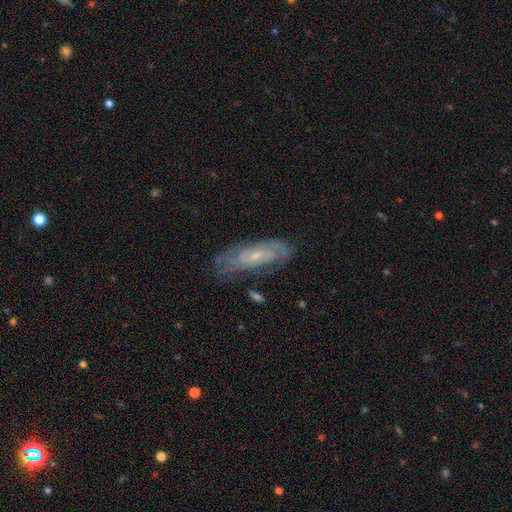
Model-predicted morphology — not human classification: Smooth or featured? Predicted: featured or disk (p=0.73). Edge-on disk? Predicted: no (p=0.85). Bar? Predicted: no (p=0.61). Spiral arms? Predicted: yes (p=0.86). Spiral winding? Predicted: tight (p=0.55). Spiral arm count? Predicted: can't tell (p=0.45). Bulge size? Predicted: small (p=0.71). Merging? Predicted: none (p=0.67).